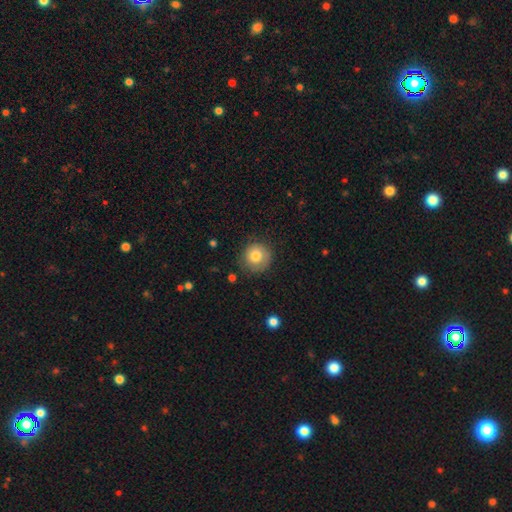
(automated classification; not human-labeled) The model was most divided on "smooth or featured": smooth: 77%, featured or disk: 15%, star or artifact: 8%. More confident: how rounded — round (92%); merging — none (79%).